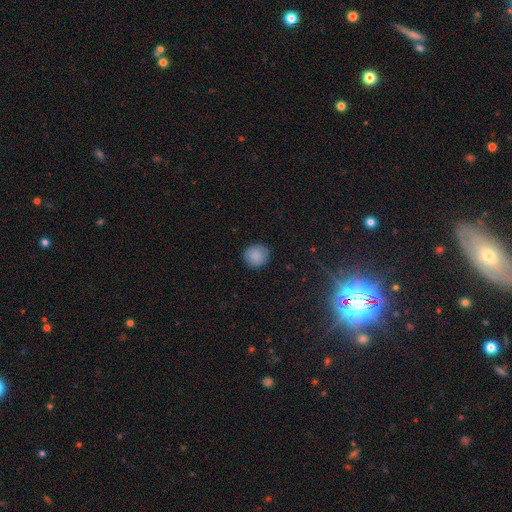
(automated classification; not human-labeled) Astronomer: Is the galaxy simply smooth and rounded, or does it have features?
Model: smooth — 86%.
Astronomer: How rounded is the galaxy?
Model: round — 88%.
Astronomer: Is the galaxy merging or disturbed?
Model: none — 86%.